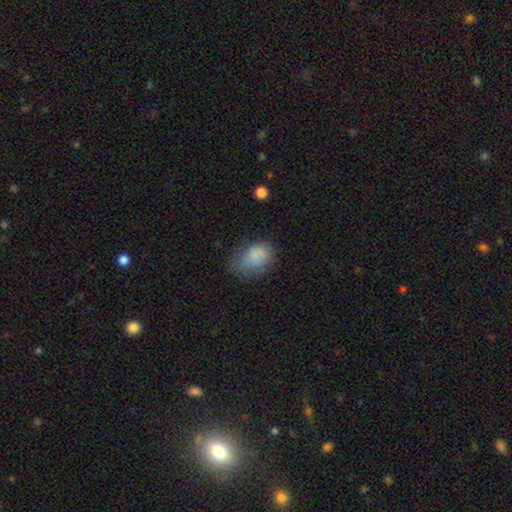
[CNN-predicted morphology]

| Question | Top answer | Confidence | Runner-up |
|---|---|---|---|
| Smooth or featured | smooth | 79% | featured or disk (12%) |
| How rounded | in between | 83% | round (16%) |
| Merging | none | 40% | minor disturbance (35%) |